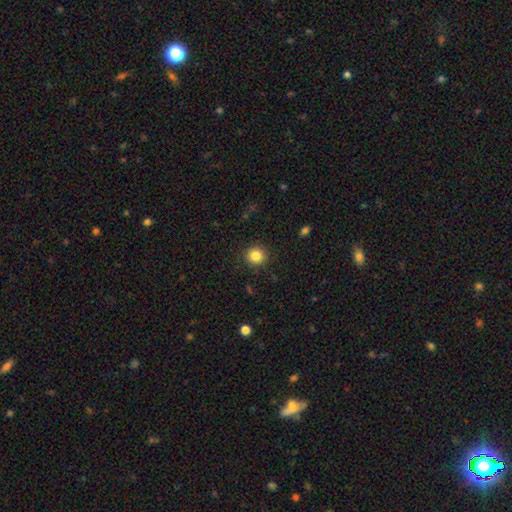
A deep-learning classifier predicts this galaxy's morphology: smooth 84%, star or artifact 11%, featured or disk 5%. Down the decision tree: how rounded — round (91%); merging — none (90%).